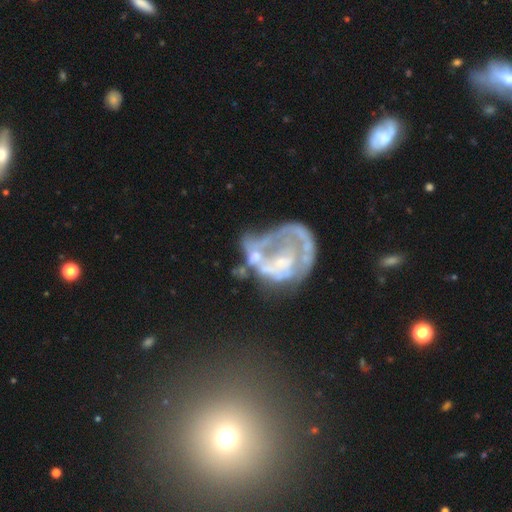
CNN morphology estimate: This appears to be a featured or disk galaxy (68%) with no bar (82%), no spiral arms (76%) and no central bulge (49%). Merging: merger (33%, tied with major disturbance).